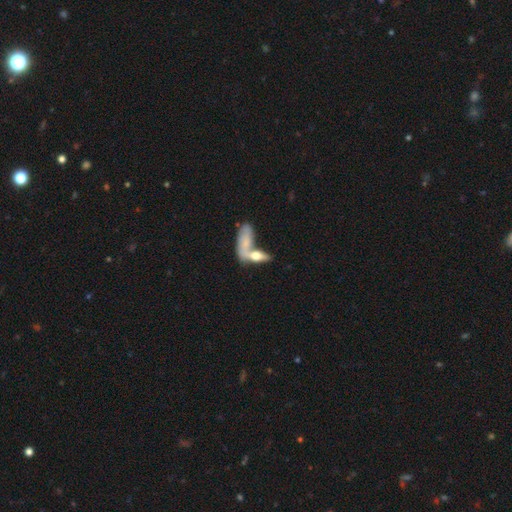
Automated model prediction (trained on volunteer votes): Overall: smooth (59%; featured or disk 34%). How rounded: in between (62%; cigar-shaped 33%). Merging: merger (55%; none 29%).